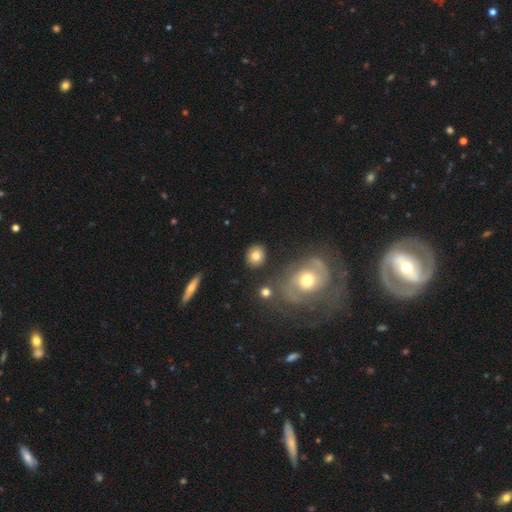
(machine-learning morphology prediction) Smooth or featured? smooth (77%)
How rounded? round (72%)
Merging? none (83%)